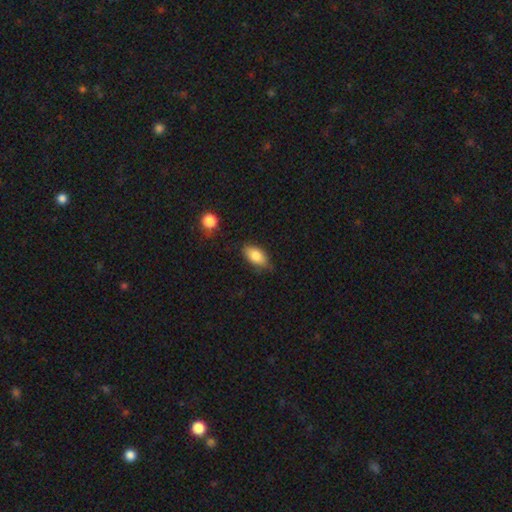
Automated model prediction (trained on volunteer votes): Overall: smooth (81%). How rounded: in between (89%). Merging: none (72%).